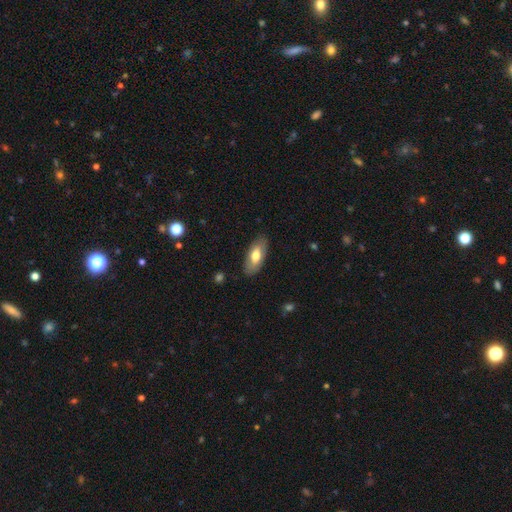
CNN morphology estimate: Smooth or featured: smooth — 63% (featured or disk — 31%)
How rounded: in between — 88% (cigar-shaped — 10%)
Merging: none — 84% (minor disturbance — 12%)